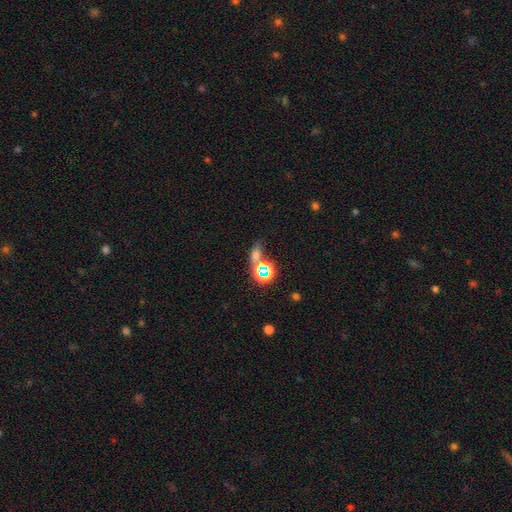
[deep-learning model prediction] Smooth or featured? Predicted: smooth (p=0.44). Merging? Predicted: none (p=0.51).